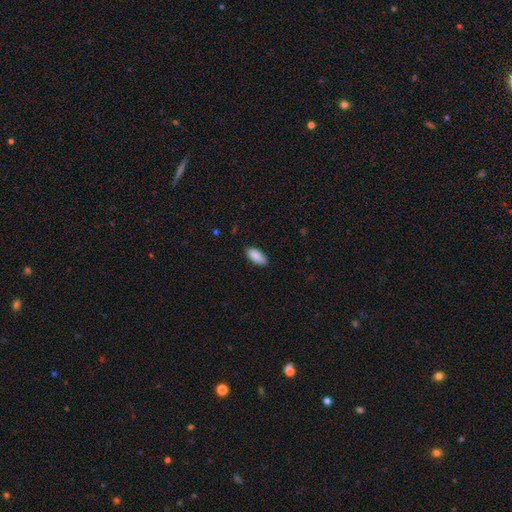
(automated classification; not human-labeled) A smooth galaxy with no disk features (90%) that is in between round and cigar-shaped (89%).

Vote fractions:
- Smooth or featured? smooth: 90% / star or artifact: 6% / featured or disk: 4%
- How rounded? in between: 89% / cigar-shaped: 9% / round: 2%
- Merging? none: 87% / minor disturbance: 10% / major disturbance: 2% / merger: 1%